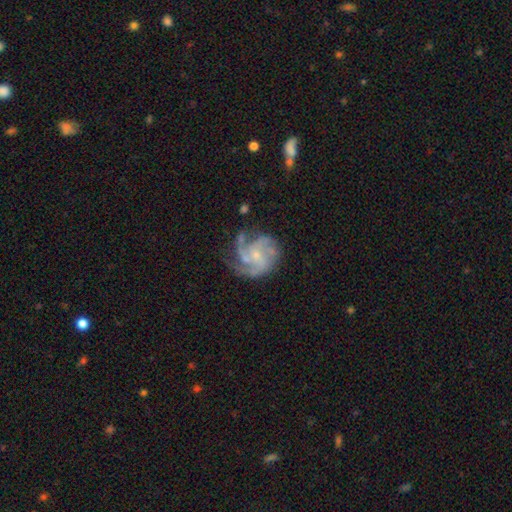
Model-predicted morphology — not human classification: A featured or disk galaxy (86%) with no bar (66%), 4 (39%) medium (47%) spiral arms (97%) and a small central bulge (65%). Merging: none (66%).